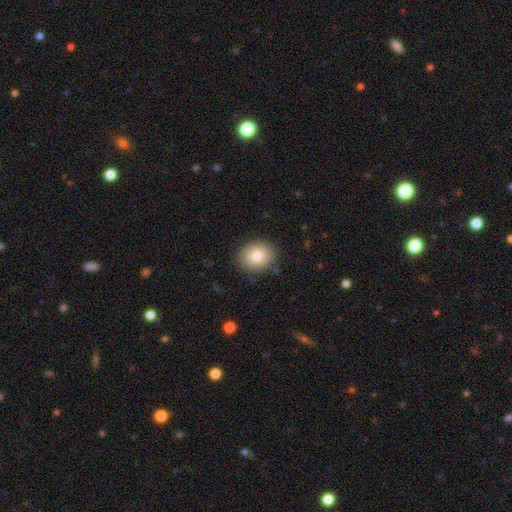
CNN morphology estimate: A smooth galaxy with no disk features (83%) that is round (64%). Merging: none (87%).